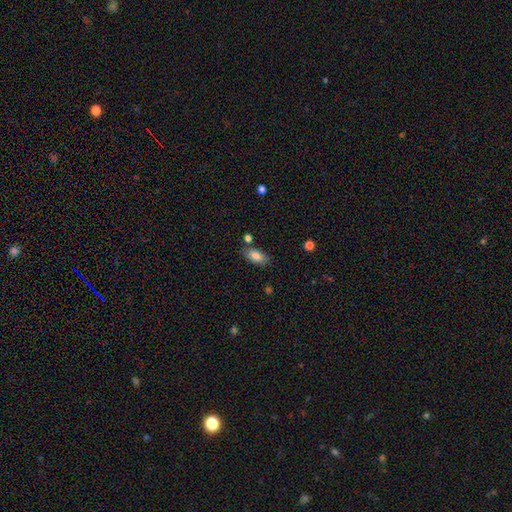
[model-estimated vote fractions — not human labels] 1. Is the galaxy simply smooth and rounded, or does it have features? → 85% smooth, 8% featured or disk, 8% star or artifact.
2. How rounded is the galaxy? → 90% in between, 6% cigar-shaped, 4% round.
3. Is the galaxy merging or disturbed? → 77% none, 14% minor disturbance, 6% merger, 4% major disturbance.